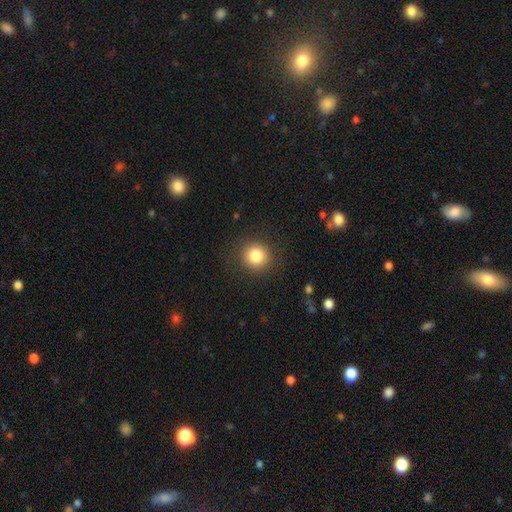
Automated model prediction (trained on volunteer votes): Morphology: type=smooth (83%); roundness=round (91%); merging=none (89%).